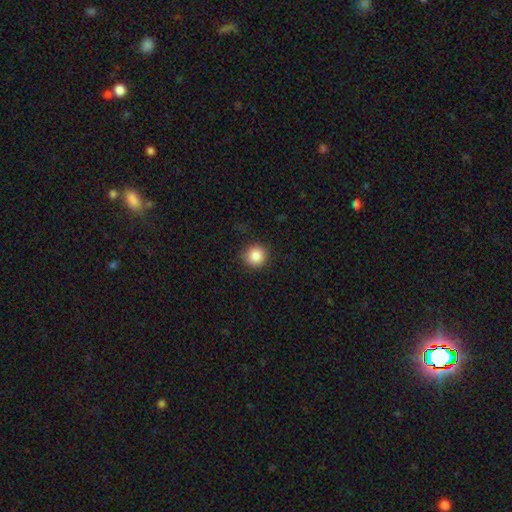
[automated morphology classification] A smooth galaxy with no disk features (87%) that is round (92%). Merging: none (87%).